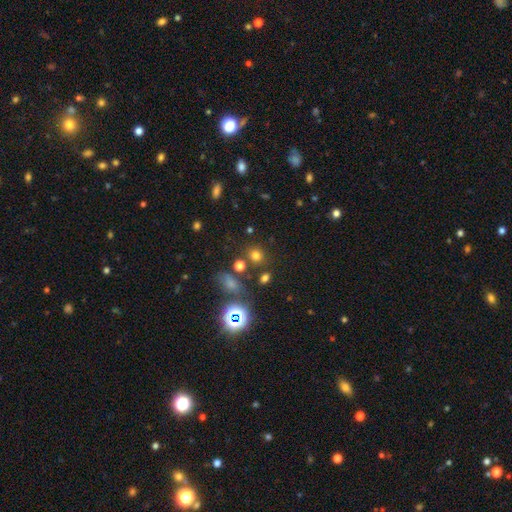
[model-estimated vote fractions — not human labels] smooth-or-featured: smooth: 69% | star or artifact: 25% | featured or disk: 7%
  how-rounded: round: 83% | in between: 16% | cigar-shaped: 1%
  merging: none: 79% | minor disturbance: 9% | merger: 8% | major disturbance: 4%